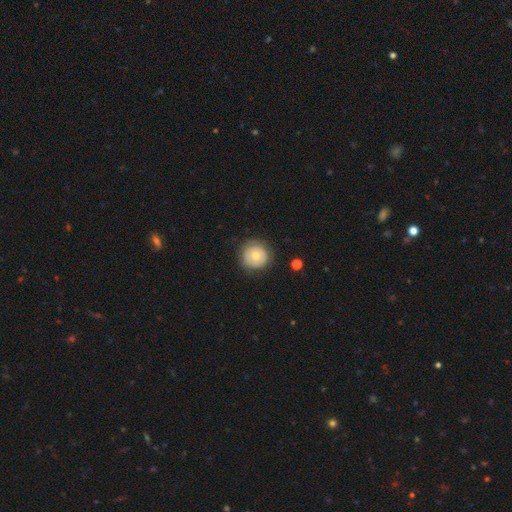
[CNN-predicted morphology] The model was most divided on "smooth or featured": smooth: 63%, featured or disk: 30%, star or artifact: 8%. More confident: how rounded — round (94%); merging — none (77%).